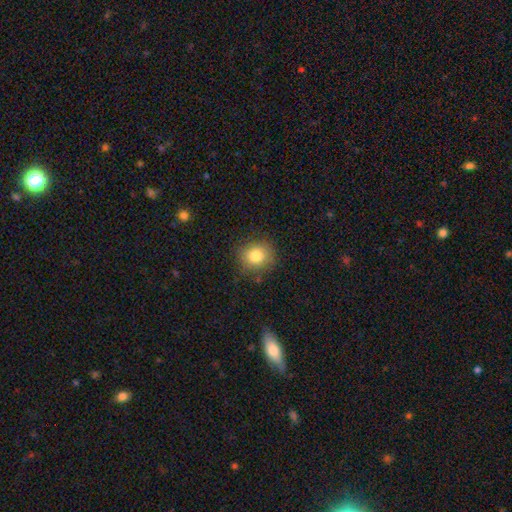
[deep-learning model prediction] This is clearly a smooth galaxy (82%). How rounded: clearly round (84%). Merging: clearly none (83%).